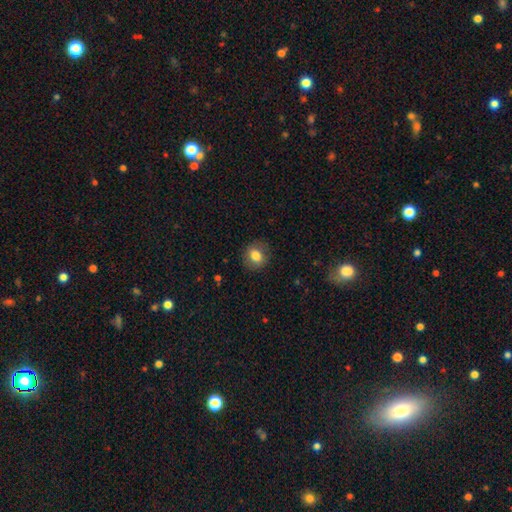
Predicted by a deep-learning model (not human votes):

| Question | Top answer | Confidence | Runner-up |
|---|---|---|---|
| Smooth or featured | smooth | 79% | featured or disk (12%) |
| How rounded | round | 74% | in between (25%) |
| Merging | none | 87% | minor disturbance (9%) |